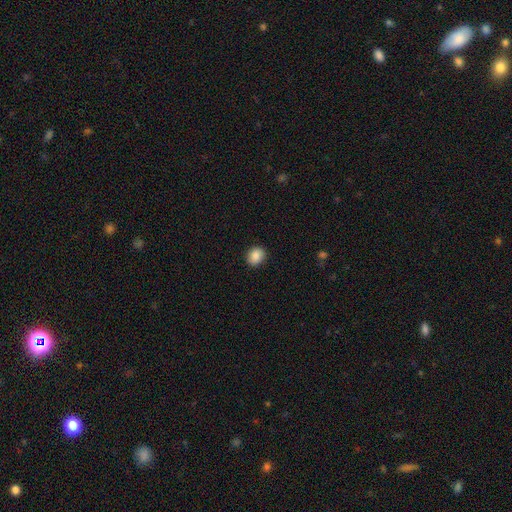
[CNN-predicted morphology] smooth 88%, star or artifact 8%, featured or disk 3%. Down the decision tree: how rounded — round (61%); merging — none (89%).